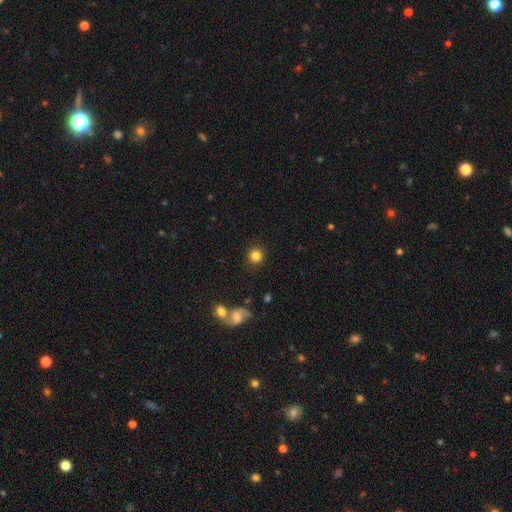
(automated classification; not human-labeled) A smooth galaxy with no disk features (83%) that is round (92%).

Vote fractions:
- Smooth or featured? smooth: 83% / star or artifact: 11% / featured or disk: 6%
- How rounded? round: 92% / in between: 7% / cigar-shaped: 1%
- Merging? none: 88% / minor disturbance: 6% / merger: 3% / major disturbance: 3%